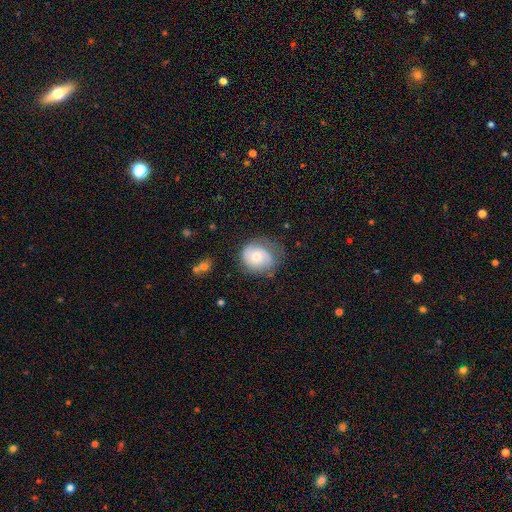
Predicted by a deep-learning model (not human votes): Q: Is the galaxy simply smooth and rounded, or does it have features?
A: featured or disk — 48%.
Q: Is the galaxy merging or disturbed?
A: none — 58%.